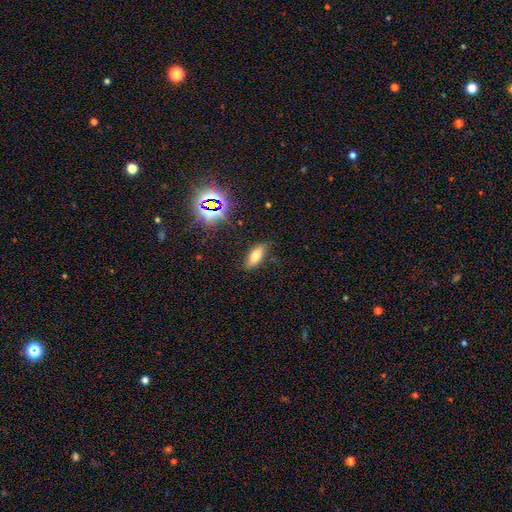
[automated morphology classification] Smooth or featured?
  - smooth: 72% *
  - star or artifact: 14%
  - featured or disk: 14%
How rounded?
  - in between: 77% *
  - cigar-shaped: 20%
  - round: 4%
Merging?
  - none: 82% *
  - minor disturbance: 13%
  - major disturbance: 3%
  - merger: 2%